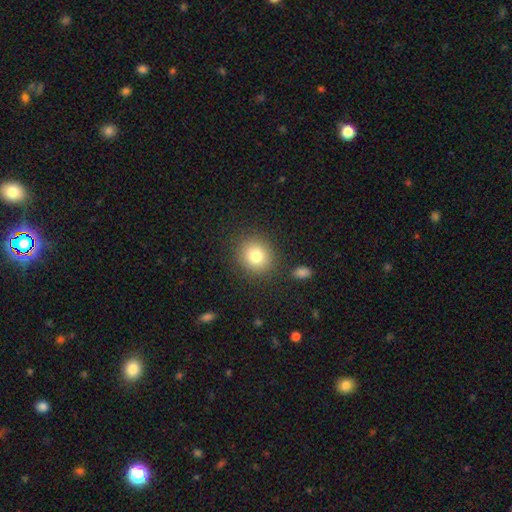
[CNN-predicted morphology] A smooth galaxy with no disk features (80%) that is round (83%).

Vote fractions:
- Smooth or featured? smooth: 80% / star or artifact: 11% / featured or disk: 9%
- How rounded? round: 83% / in between: 16% / cigar-shaped: 1%
- Merging? none: 87% / minor disturbance: 8% / major disturbance: 3% / merger: 3%